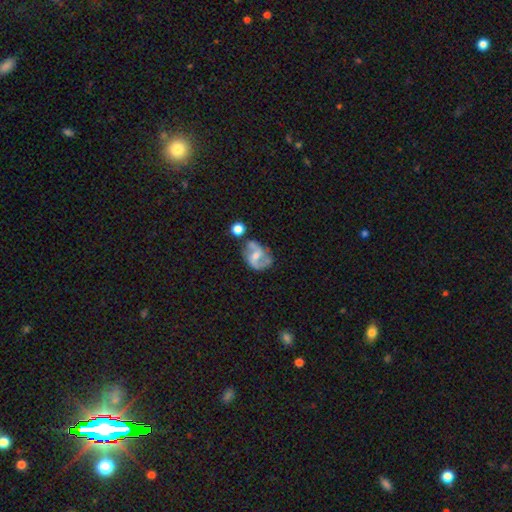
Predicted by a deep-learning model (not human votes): A featured or disk galaxy (78%) with a weak bar (46%), 2 (87%) medium (46%) spiral arms (90%) and a small central bulge (45%).

Vote fractions:
- Smooth or featured? featured or disk: 78% / smooth: 15% / star or artifact: 7%
- Edge-on disk? no: 97% / yes: 3%
- Bar? weak: 46% / strong: 28% / no: 27%
- Spiral arms? yes: 90% / no: 10%
- Spiral winding? medium: 46% / loose: 39% / tight: 15%
- Spiral arm count? 2: 87% / can't tell: 5% / 1: 4% / 3: 1% / 4: 1% / more than 4: 1%
- Bulge size? small: 45% / moderate: 44% / none: 7% / large: 3% / dominant: 1%
- Merging? none: 59% / minor disturbance: 19% / merger: 13% / major disturbance: 9%